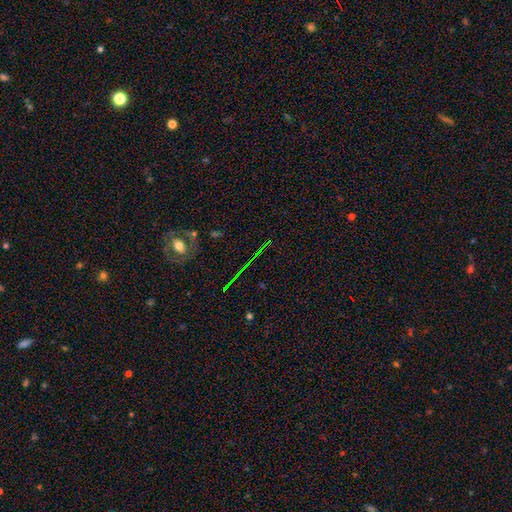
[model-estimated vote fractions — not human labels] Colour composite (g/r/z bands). It shows a star or artifact, not a galaxy (62%).